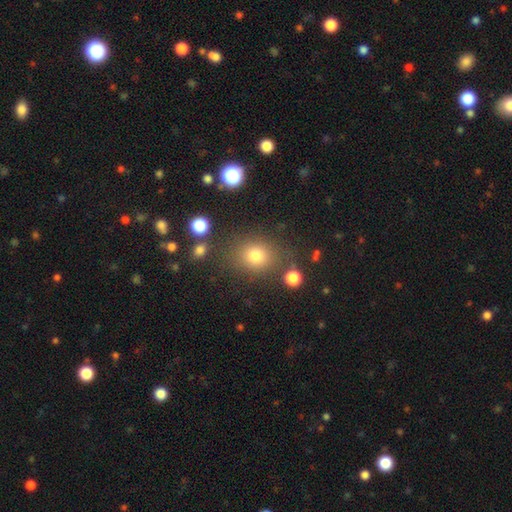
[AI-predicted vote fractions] smooth-or-featured: smooth: 76% | star or artifact: 15% | featured or disk: 8%
  how-rounded: round: 67% | in between: 32% | cigar-shaped: 1%
  merging: none: 78% | minor disturbance: 12% | major disturbance: 5% | merger: 5%